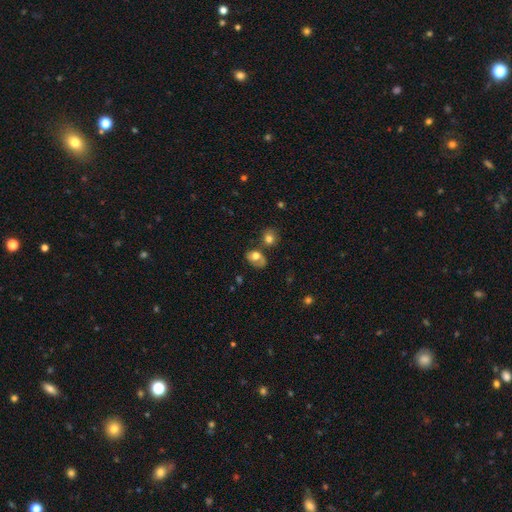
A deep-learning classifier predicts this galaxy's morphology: smooth_or_featured: smooth (p=0.61) [alt: featured or disk p=0.30]
how_rounded: in between (p=0.74) [alt: round p=0.24]
merging: none (p=0.44) [alt: minor disturbance p=0.23]